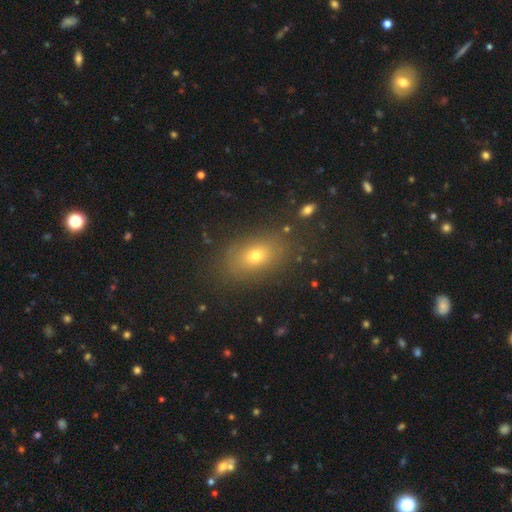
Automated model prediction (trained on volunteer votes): Morphology: type=smooth (68%); roundness=in between (79%); merging=none (82%).